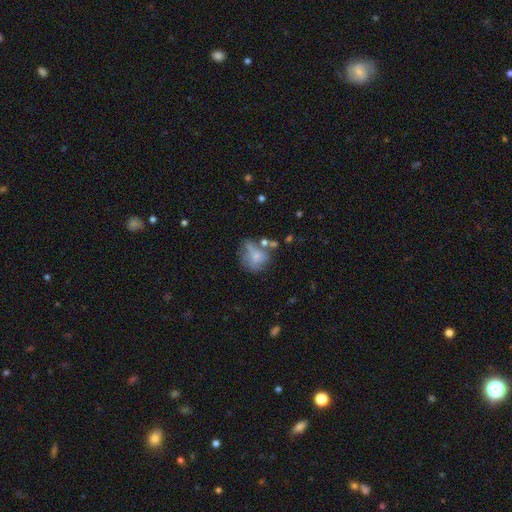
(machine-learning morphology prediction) A smooth galaxy with no disk features (62%) that is round (66%).

Vote fractions:
- Smooth or featured? smooth: 62% / featured or disk: 27% / star or artifact: 11%
- How rounded? round: 66% / in between: 33% / cigar-shaped: 1%
- Merging? none: 39% / minor disturbance: 26% / major disturbance: 20% / merger: 15%